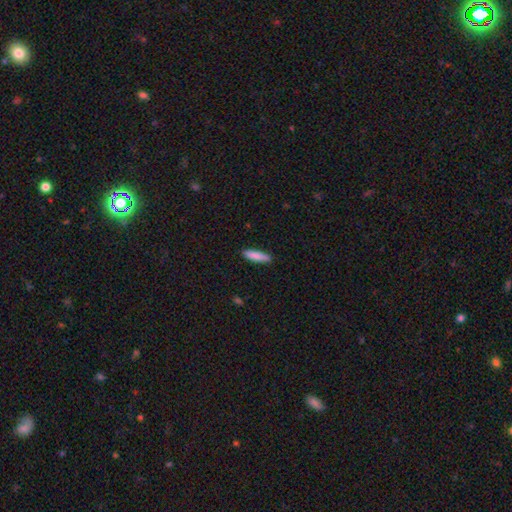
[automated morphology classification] smooth 87%, featured or disk 8%, star or artifact 6%. Down the decision tree: how rounded — cigar-shaped (78%); merging — none (88%).